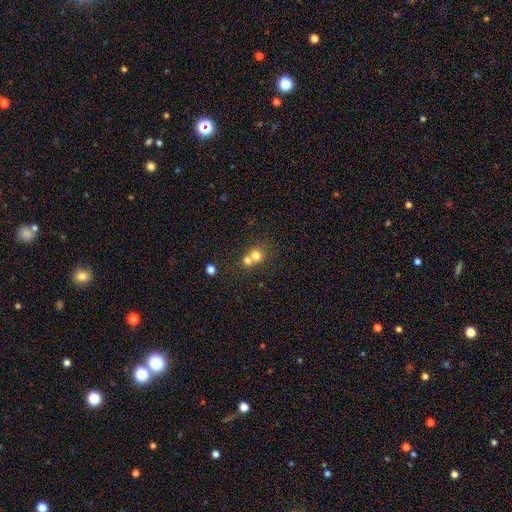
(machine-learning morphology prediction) Q: Smooth or featured?
A: smooth (74%); runner-up: featured or disk (14%)
Q: How rounded?
A: round (82%); runner-up: in between (17%)
Q: Merging?
A: merger (60%); runner-up: none (33%)